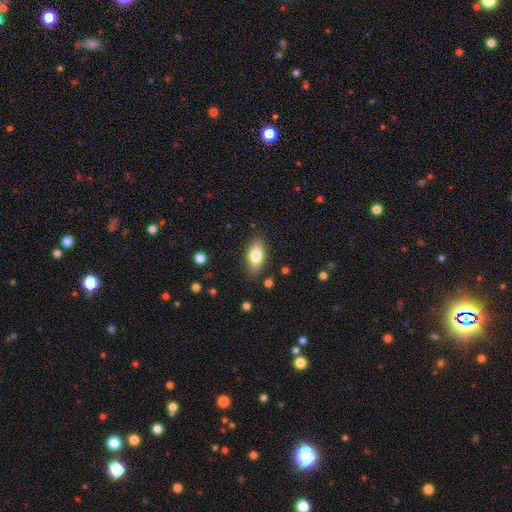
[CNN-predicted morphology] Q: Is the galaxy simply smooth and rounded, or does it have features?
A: smooth — 77%.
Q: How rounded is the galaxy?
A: in between — 86%.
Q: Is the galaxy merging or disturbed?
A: none — 84%.